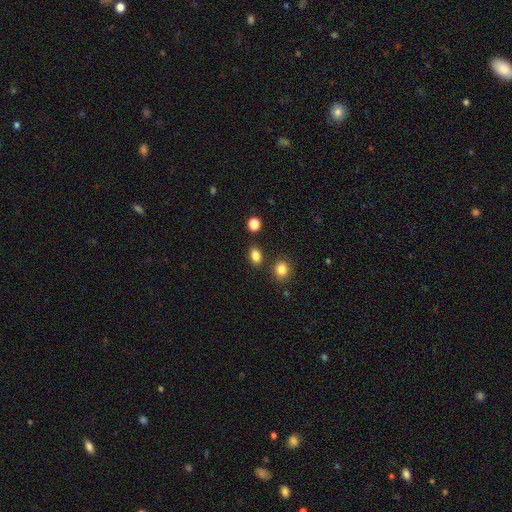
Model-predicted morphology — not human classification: A smooth galaxy with no disk features (85%) that is in between round and cigar-shaped (74%).

Vote fractions:
- Smooth or featured? smooth: 85% / star or artifact: 11% / featured or disk: 4%
- How rounded? in between: 74% / round: 24% / cigar-shaped: 2%
- Merging? none: 83% / minor disturbance: 9% / merger: 6% / major disturbance: 3%